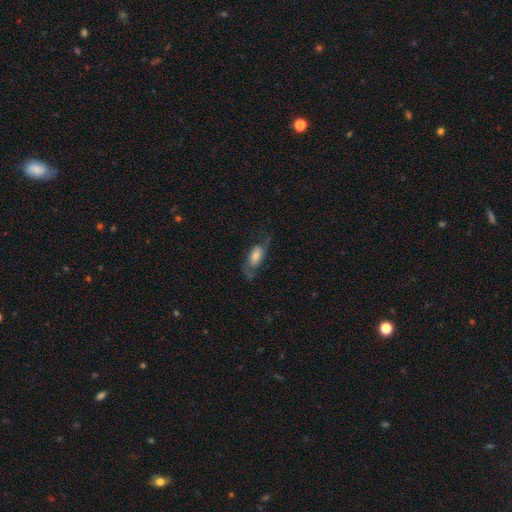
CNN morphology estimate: featured or disk 57%, smooth 34%, star or artifact 8%. Down the decision tree: edge-on disk — no (87%); merging — none (59%).